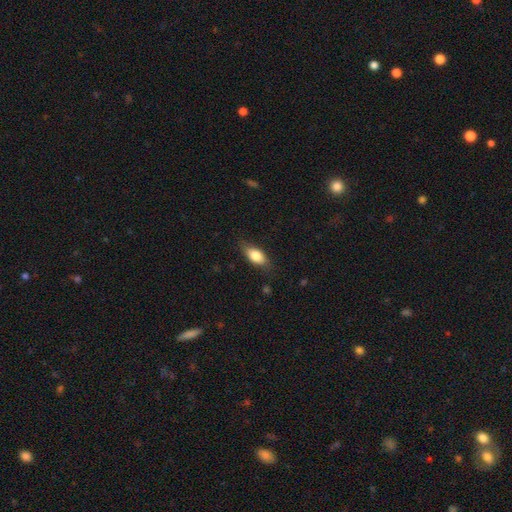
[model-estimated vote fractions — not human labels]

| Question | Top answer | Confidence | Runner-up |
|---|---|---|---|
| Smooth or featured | smooth | 80% | featured or disk (13%) |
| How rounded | in between | 85% | cigar-shaped (10%) |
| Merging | none | 78% | minor disturbance (17%) |